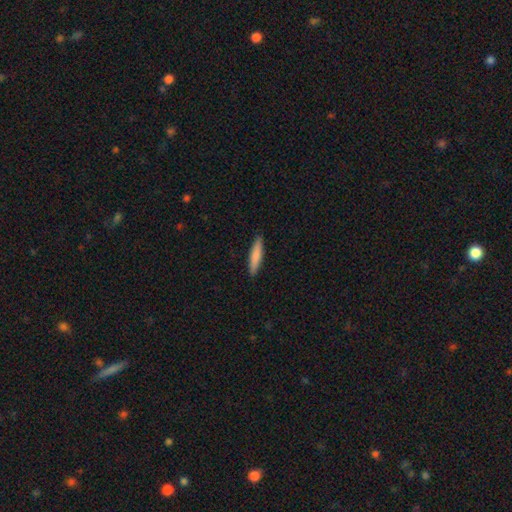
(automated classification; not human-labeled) A smooth galaxy with no disk features (81%) that is cigar-shaped (87%). Merging: none (90%).